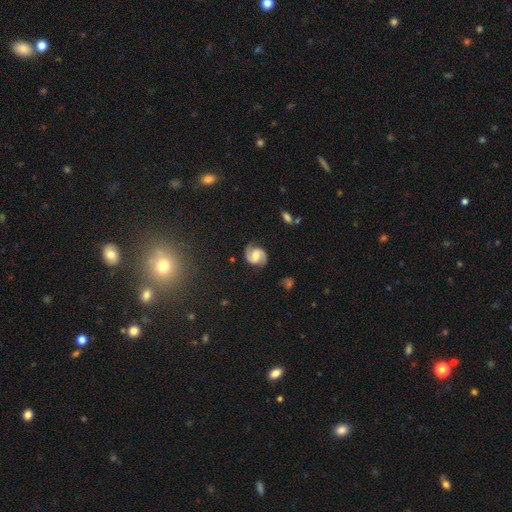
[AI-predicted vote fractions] A featured or disk galaxy (83%) with a weak bar (49%), 2 (93%) medium (53%) spiral arms (97%) and a moderate central bulge (56%).

Vote fractions:
- Smooth or featured? featured or disk: 83% / smooth: 11% / star or artifact: 6%
- Edge-on disk? no: 98% / yes: 2%
- Bar? weak: 49% / no: 31% / strong: 20%
- Spiral arms? yes: 97% / no: 3%
- Spiral winding? medium: 53% / loose: 24% / tight: 23%
- Spiral arm count? 2: 93% / can't tell: 3% / 1: 2% / 3: 1% / 4: 1% / more than 4: 1%
- Bulge size? moderate: 56% / small: 24% / large: 11% / none: 7% / dominant: 2%
- Merging? none: 81% / minor disturbance: 13% / major disturbance: 4% / merger: 2%